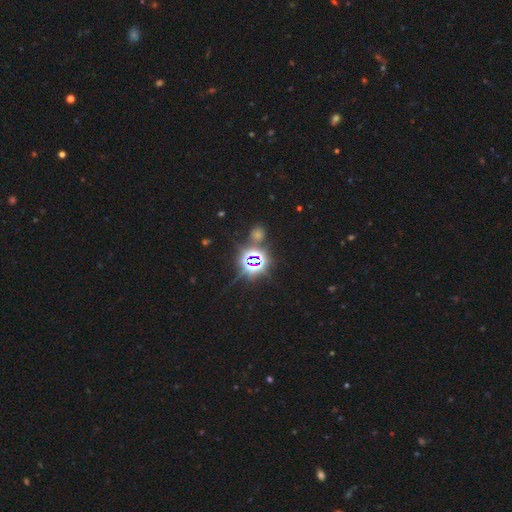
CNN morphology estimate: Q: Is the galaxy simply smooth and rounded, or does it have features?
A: star or artifact — 71%.